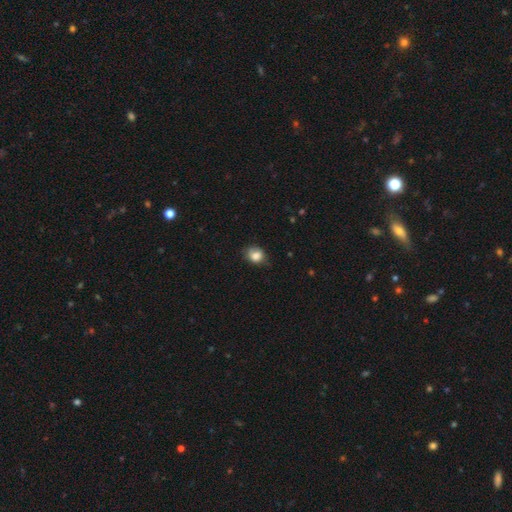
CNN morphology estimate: type=smooth (82%); roundness=round (52%); merging=none (61%).